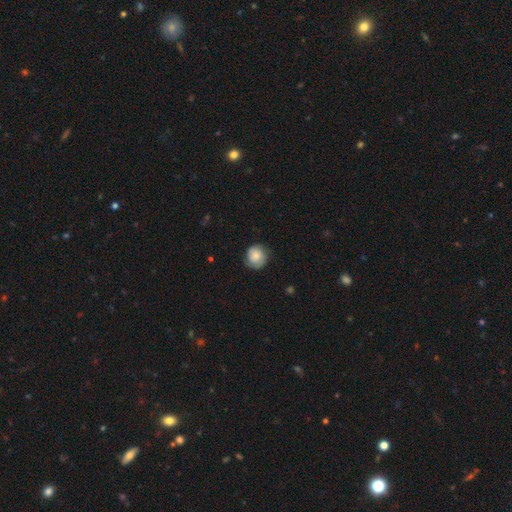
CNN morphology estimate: Q: Smooth or featured?
A: smooth (71%); runner-up: featured or disk (21%)
Q: How rounded?
A: round (85%); runner-up: in between (14%)
Q: Merging?
A: none (73%); runner-up: minor disturbance (21%)